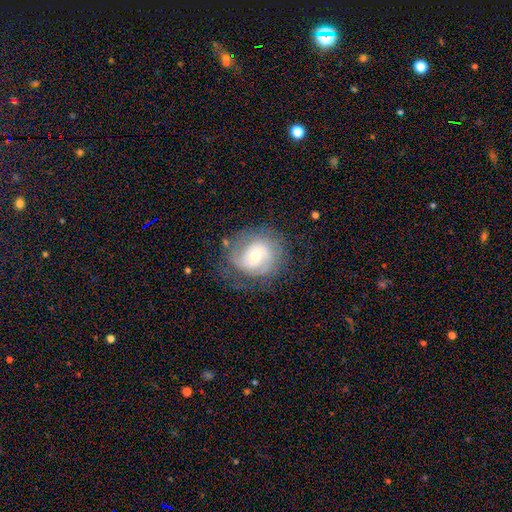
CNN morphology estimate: Smooth or featured?
  - featured or disk: 69% *
  - smooth: 24%
  - star or artifact: 8%
Edge-on disk?
  - no: 97% *
  - yes: 3%
Bar?
  - no: 54% *
  - weak: 36%
  - strong: 10%
Spiral arms?
  - yes: 85% *
  - no: 15%
Spiral winding?
  - tight: 52% *
  - medium: 34%
  - loose: 14%
Spiral arm count?
  - 2: 48% *
  - can't tell: 30%
  - 3: 9%
  - 1: 8%
  - 4: 3%
  - more than 4: 2%
Bulge size?
  - moderate: 53% *
  - small: 40%
  - large: 5%
  - dominant: 1%
  - none: 1%
Merging?
  - none: 66% *
  - minor disturbance: 20%
  - major disturbance: 13%
  - merger: 2%